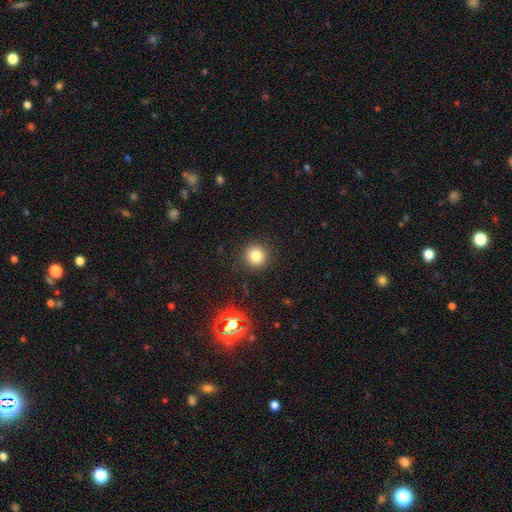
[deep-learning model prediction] The model was most divided on "smooth or featured": smooth: 80%, star or artifact: 14%, featured or disk: 6%. More confident: how rounded — round (93%); merging — none (91%).